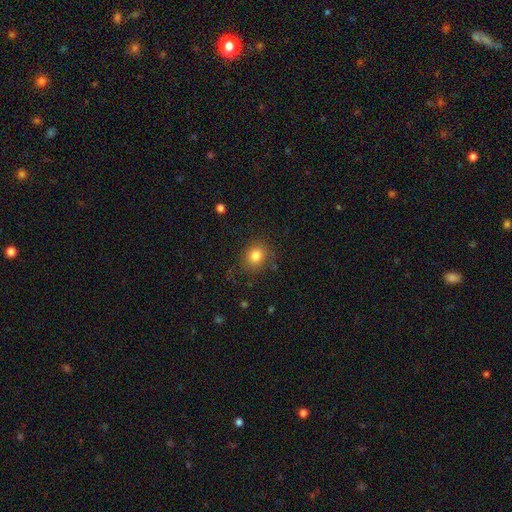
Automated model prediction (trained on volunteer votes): Smooth or featured? Predicted: smooth (p=0.81). How rounded? Predicted: round (p=0.76). Merging? Predicted: none (p=0.79).